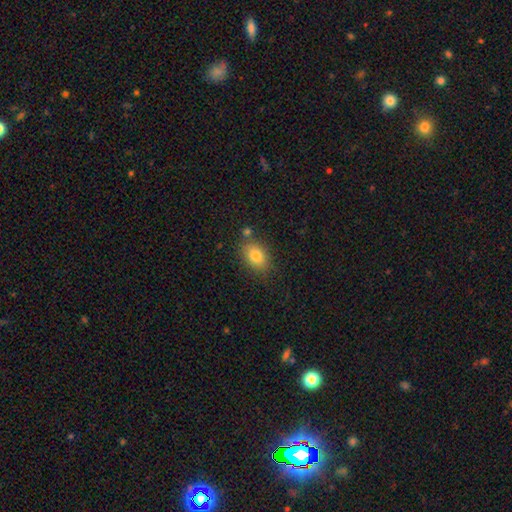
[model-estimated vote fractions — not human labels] Overall: smooth (82%). How rounded: in between (80%). Merging: none (76%).